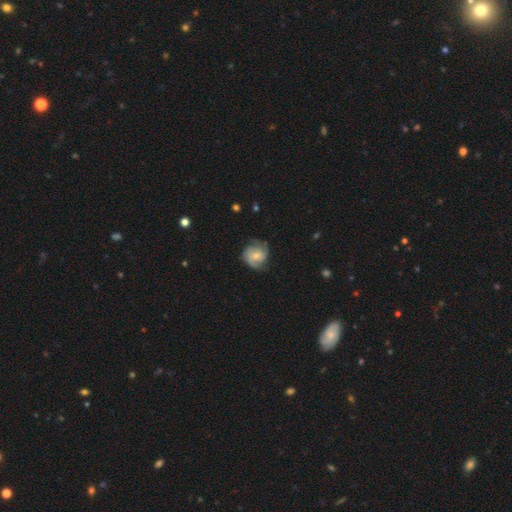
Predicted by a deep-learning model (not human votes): A featured or disk galaxy (75%) with no bar (69%), 2 (34%) tight (49%) spiral arms (94%) and a moderate central bulge (48%).

Vote fractions:
- Smooth or featured? featured or disk: 75% / smooth: 19% / star or artifact: 6%
- Edge-on disk? no: 98% / yes: 2%
- Bar? no: 69% / weak: 27% / strong: 5%
- Spiral arms? yes: 94% / no: 6%
- Spiral winding? tight: 49% / medium: 39% / loose: 12%
- Spiral arm count? 2: 34% / 3: 33% / can't tell: 18% / 4: 6% / 1: 5% / more than 4: 4%
- Bulge size? moderate: 48% / small: 47% / none: 2% / large: 2% / dominant: 1%
- Merging? none: 71% / minor disturbance: 21% / major disturbance: 7% / merger: 1%